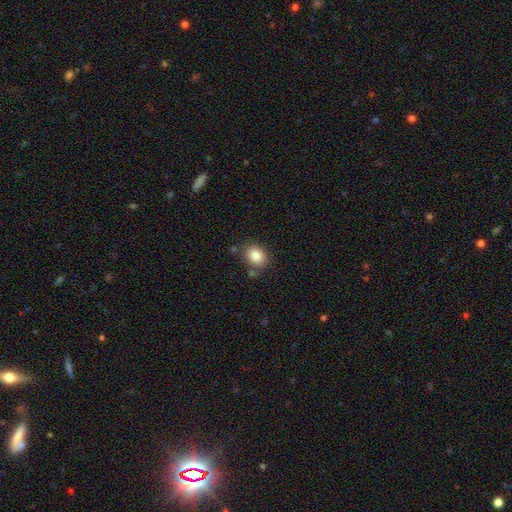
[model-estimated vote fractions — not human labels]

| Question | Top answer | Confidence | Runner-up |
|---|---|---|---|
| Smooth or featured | smooth | 84% | star or artifact (9%) |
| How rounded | in between | 61% | round (38%) |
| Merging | none | 75% | minor disturbance (14%) |